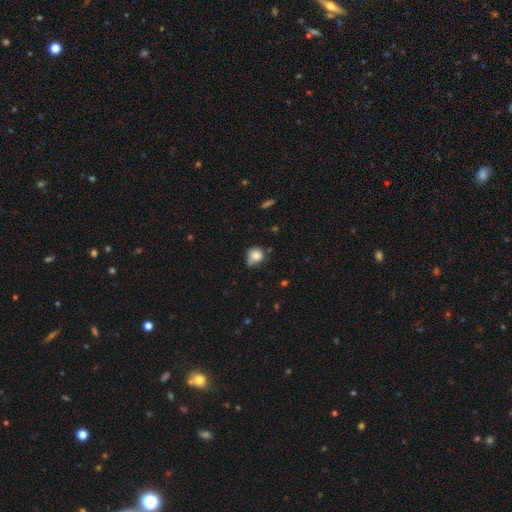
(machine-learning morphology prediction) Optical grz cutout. It shows a smooth galaxy with no disk features (81%) that is round (79%). Merging: none (46%).